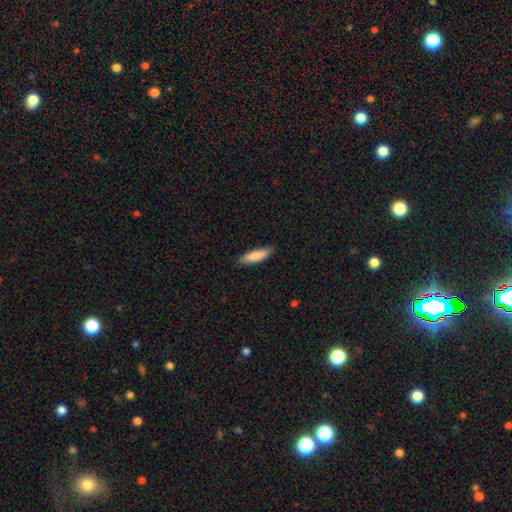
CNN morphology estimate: Q: Smooth or featured?
A: smooth (84%); runner-up: featured or disk (11%)
Q: How rounded?
A: cigar-shaped (59%); runner-up: in between (39%)
Q: Merging?
A: none (84%); runner-up: minor disturbance (13%)